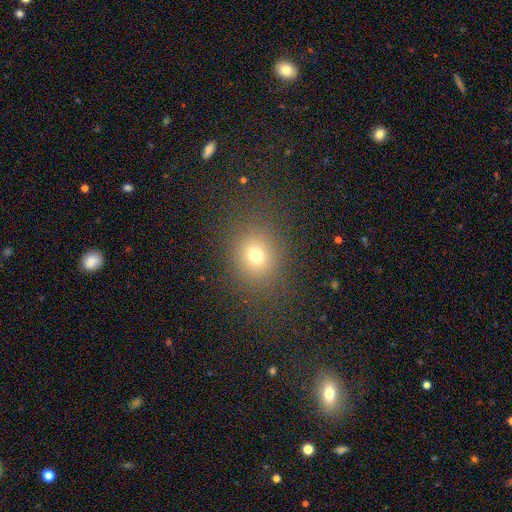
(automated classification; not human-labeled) smooth_or_featured: smooth (p=0.72) [alt: star or artifact p=0.19]
how_rounded: round (p=0.68) [alt: in between p=0.31]
merging: none (p=0.82) [alt: minor disturbance p=0.10]